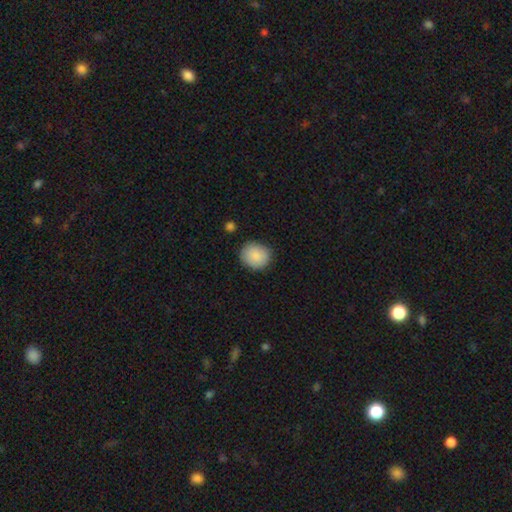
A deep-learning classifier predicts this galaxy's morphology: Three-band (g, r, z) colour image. It shows a smooth galaxy with no disk features (88%) that is round (78%). Merging: none (86%).